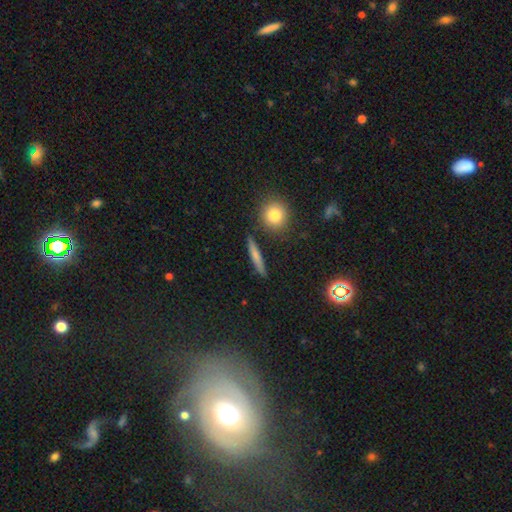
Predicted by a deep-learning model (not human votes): Smooth or featured? smooth (66%)
How rounded? cigar-shaped (85%)
Merging? none (87%)